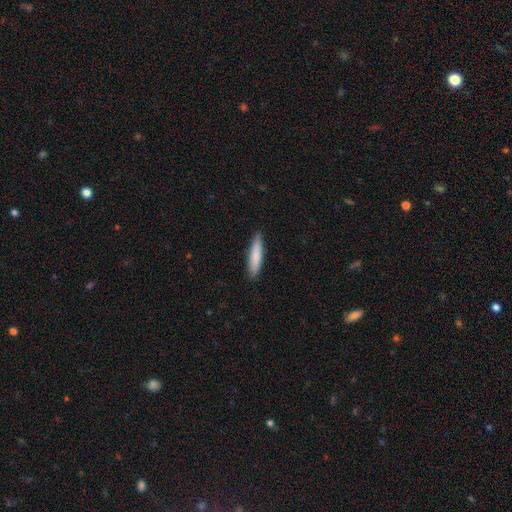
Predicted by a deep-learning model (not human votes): This is clearly a smooth galaxy (81%). How rounded: clearly cigar-shaped (86%). Merging: clearly none (89%).